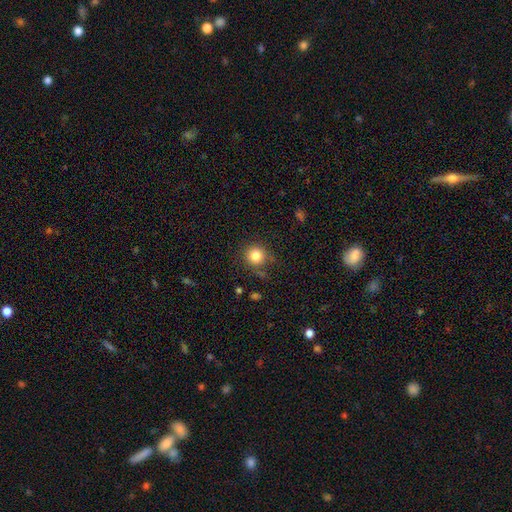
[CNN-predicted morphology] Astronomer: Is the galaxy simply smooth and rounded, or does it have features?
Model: smooth — 83%.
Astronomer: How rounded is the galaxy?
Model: round — 92%.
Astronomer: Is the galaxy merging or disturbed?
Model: none — 81%.